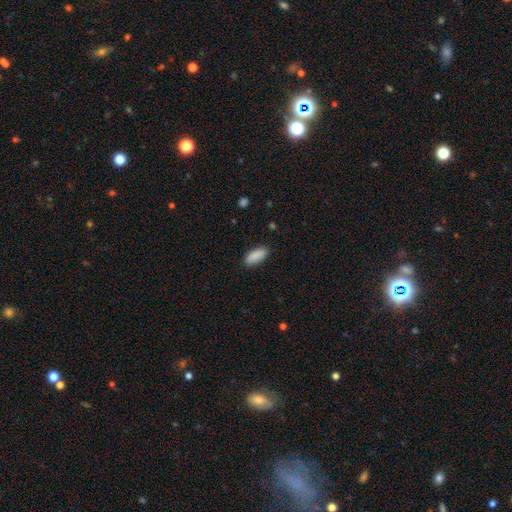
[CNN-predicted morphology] Q: Smooth or featured?
A: smooth (90%); runner-up: star or artifact (6%)
Q: How rounded?
A: in between (81%); runner-up: cigar-shaped (17%)
Q: Merging?
A: none (87%); runner-up: minor disturbance (10%)